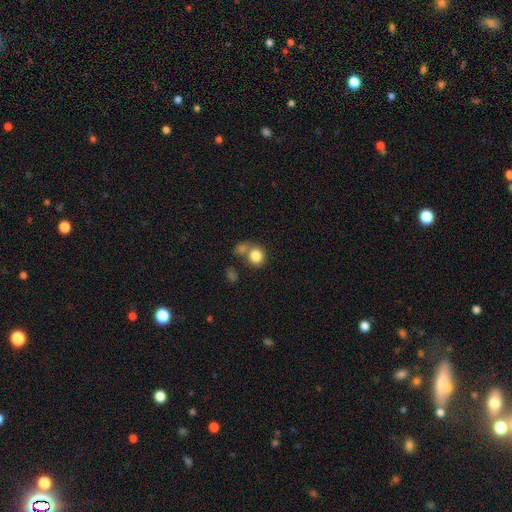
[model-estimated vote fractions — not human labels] smooth_or_featured: smooth (p=0.83) [alt: star or artifact p=0.09]
how_rounded: round (p=0.81) [alt: in between p=0.18]
merging: none (p=0.50) [alt: merger p=0.33]